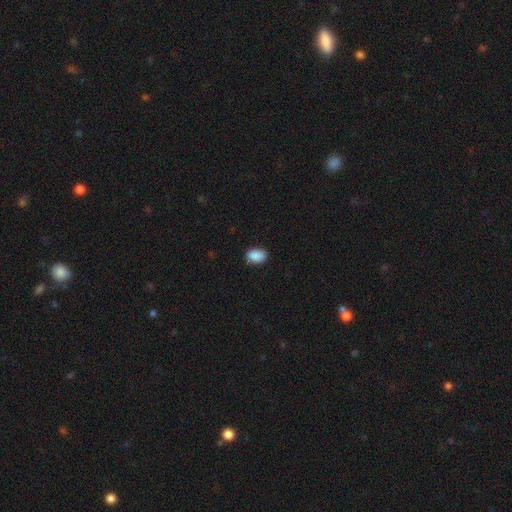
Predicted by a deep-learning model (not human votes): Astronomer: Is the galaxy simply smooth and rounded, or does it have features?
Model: smooth — 89%.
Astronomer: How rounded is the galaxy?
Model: in between — 88%.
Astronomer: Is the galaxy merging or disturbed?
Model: none — 84%.